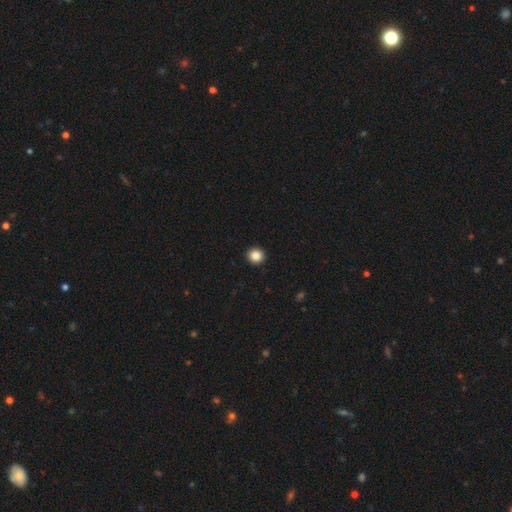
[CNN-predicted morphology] This is clearly a smooth galaxy (87%). How rounded: clearly round (93%). Merging: clearly none (94%).